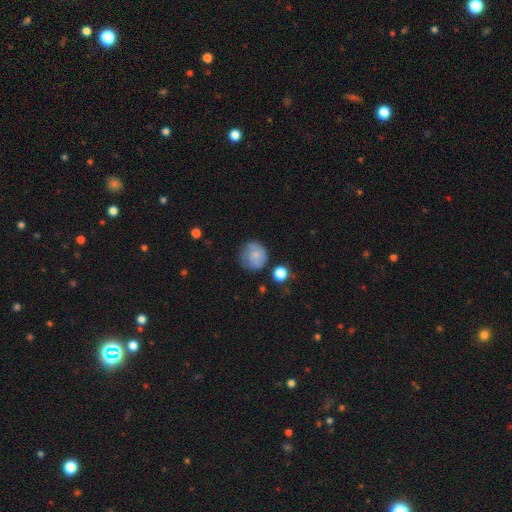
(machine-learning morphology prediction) smooth 66%, featured or disk 25%, star or artifact 9%. Down the decision tree: how rounded — round (86%); merging — none (58%).